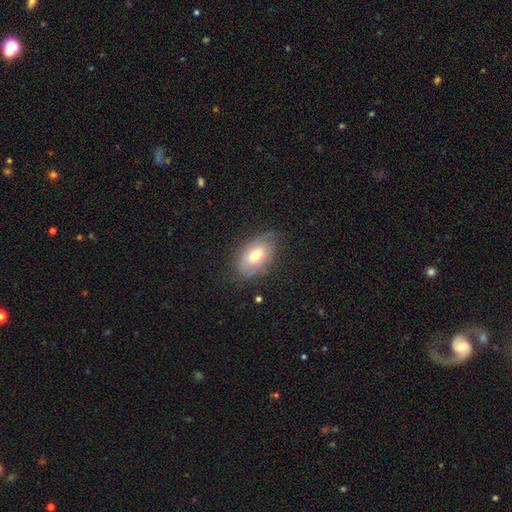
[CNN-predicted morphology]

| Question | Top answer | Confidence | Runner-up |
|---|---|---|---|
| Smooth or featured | smooth | 60% | featured or disk (32%) |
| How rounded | in between | 92% | round (6%) |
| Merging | none | 70% | minor disturbance (23%) |